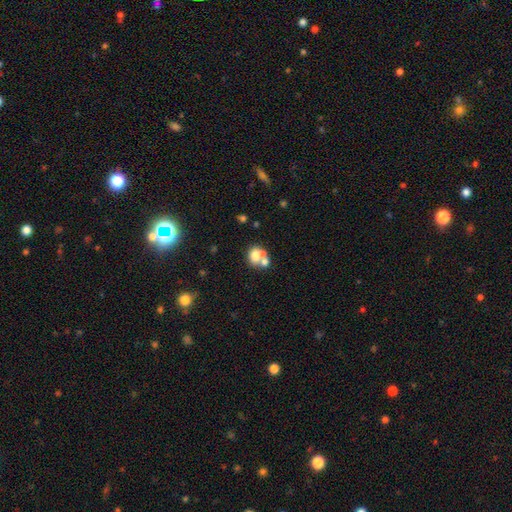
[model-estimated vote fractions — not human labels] A smooth galaxy with no disk features (67%) that is round (57%). Merging: merger (50%).